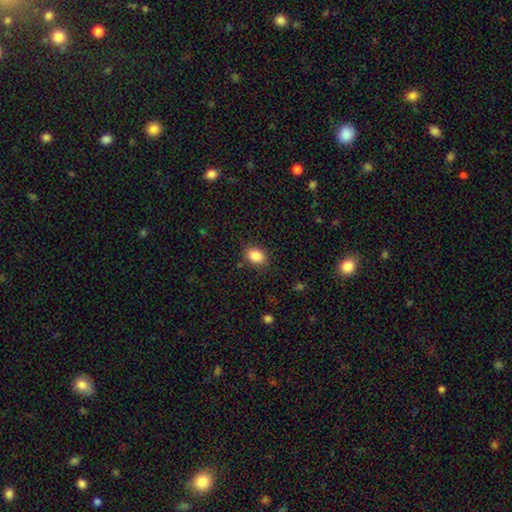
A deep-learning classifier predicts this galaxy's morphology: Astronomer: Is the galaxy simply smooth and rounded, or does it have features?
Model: smooth — 87%.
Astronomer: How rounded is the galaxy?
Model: in between — 67%.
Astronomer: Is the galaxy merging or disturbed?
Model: none — 84%.